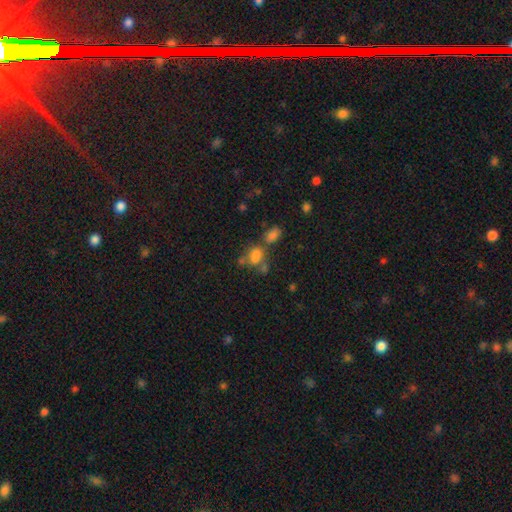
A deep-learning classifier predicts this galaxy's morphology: Smooth or featured: smooth — 72% (star or artifact — 15%)
How rounded: in between — 74% (round — 23%)
Merging: merger — 41% (none — 35%)